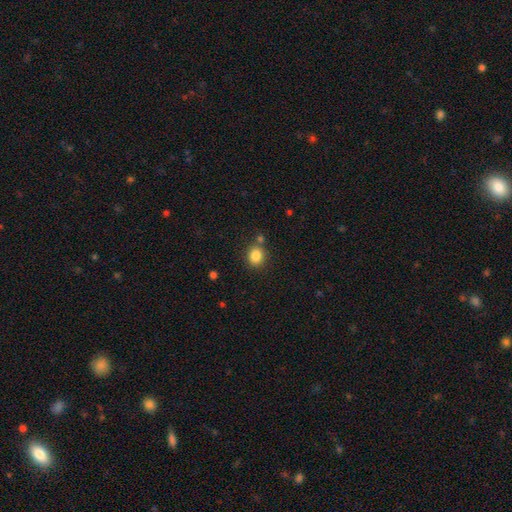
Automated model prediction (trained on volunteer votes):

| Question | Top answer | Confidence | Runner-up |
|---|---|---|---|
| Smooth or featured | smooth | 84% | star or artifact (11%) |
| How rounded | round | 72% | in between (27%) |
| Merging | none | 76% | merger (11%) |